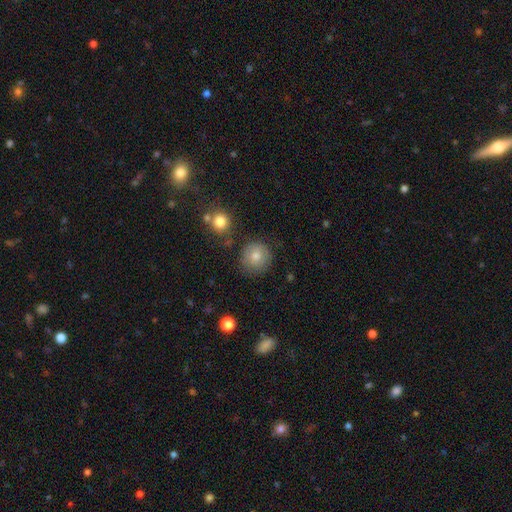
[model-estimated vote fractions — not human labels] Smooth or featured?
  - smooth: 74% *
  - featured or disk: 13%
  - star or artifact: 12%
How rounded?
  - round: 93% *
  - in between: 6%
  - cigar-shaped: 1%
Merging?
  - none: 83% *
  - minor disturbance: 11%
  - major disturbance: 3%
  - merger: 2%